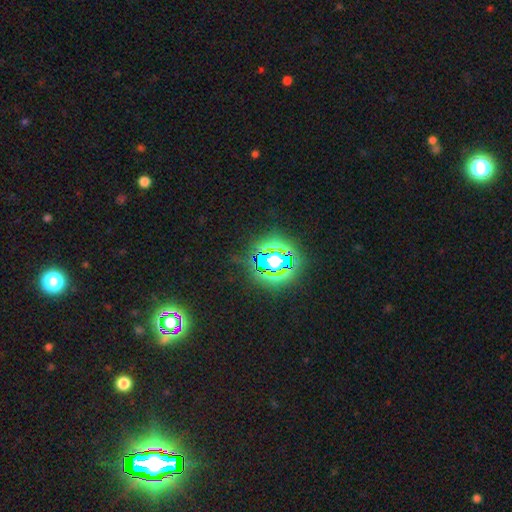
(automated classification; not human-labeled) star or artifact 80%, smooth 13%, featured or disk 8%.